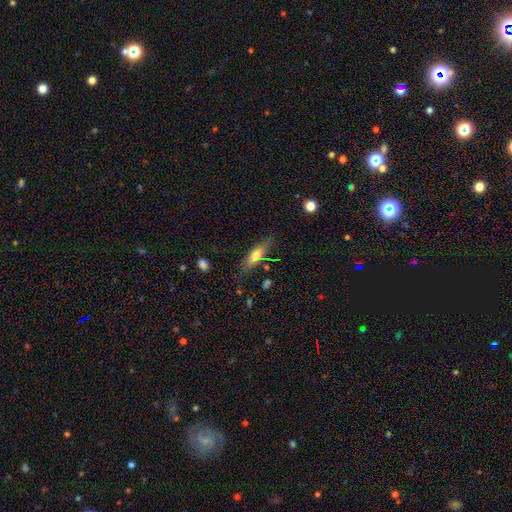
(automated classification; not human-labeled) This appears to be a smooth galaxy with no disk features (57%) that is cigar-shaped (63%). Merging: none (76%).